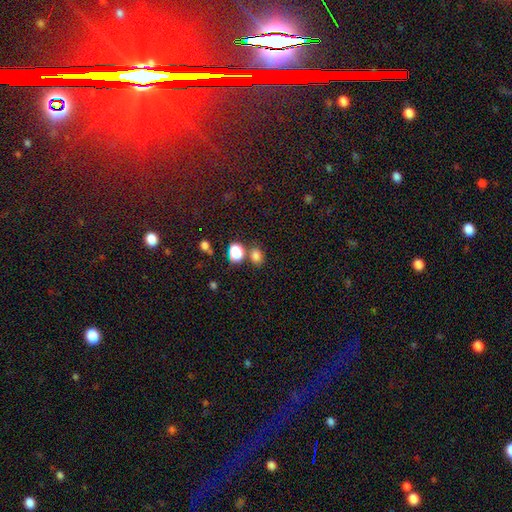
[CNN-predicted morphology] Smooth or featured? Predicted: smooth (p=0.79). How rounded? Predicted: round (p=0.52). Merging? Predicted: none (p=0.68).